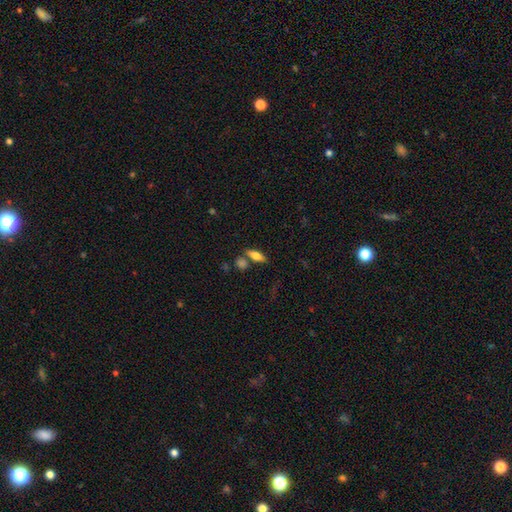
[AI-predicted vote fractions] Q: Smooth or featured?
A: smooth (62%); runner-up: featured or disk (30%)
Q: How rounded?
A: in between (66%); runner-up: cigar-shaped (30%)
Q: Merging?
A: none (70%); runner-up: merger (15%)